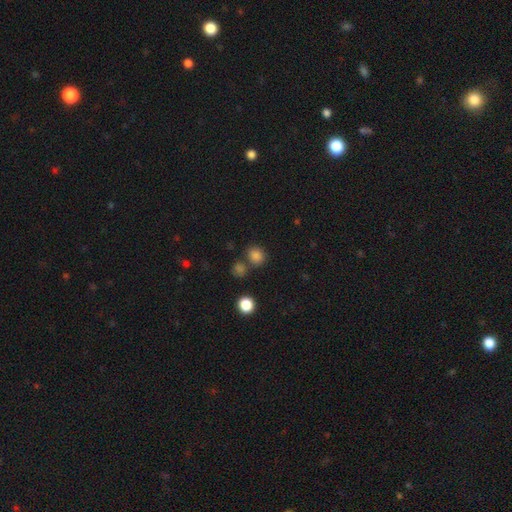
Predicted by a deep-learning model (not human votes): Morphology: type=smooth (81%); roundness=round (81%); merging=none (68%).